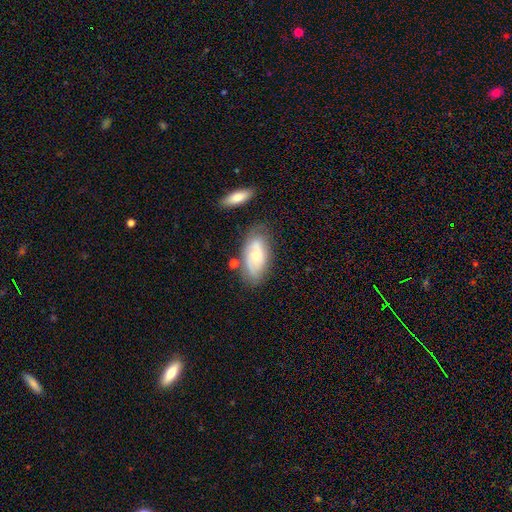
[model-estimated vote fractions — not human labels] Morphology: type=smooth (48%); merging=none (63%).